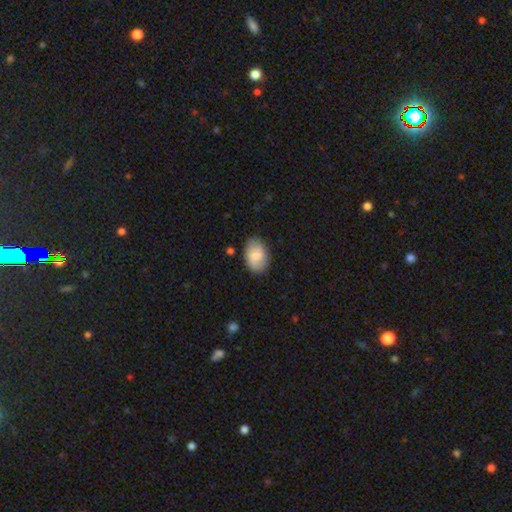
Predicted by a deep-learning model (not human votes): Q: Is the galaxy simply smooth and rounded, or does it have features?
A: smooth — 77%.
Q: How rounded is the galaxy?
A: in between — 85%.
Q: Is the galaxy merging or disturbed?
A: none — 79%.